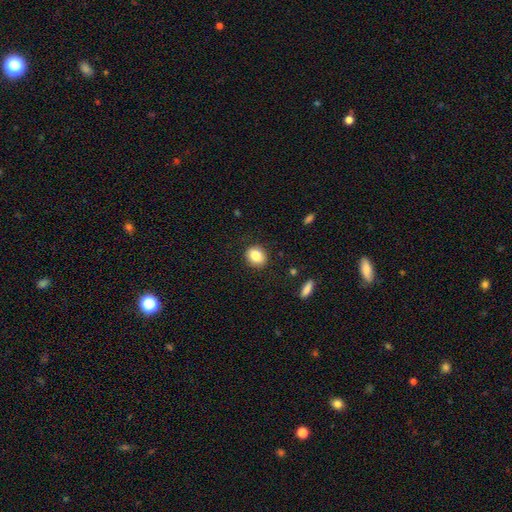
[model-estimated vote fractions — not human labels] Q: Smooth or featured?
A: smooth (85%); runner-up: star or artifact (9%)
Q: How rounded?
A: round (56%); runner-up: in between (43%)
Q: Merging?
A: none (87%); runner-up: minor disturbance (9%)